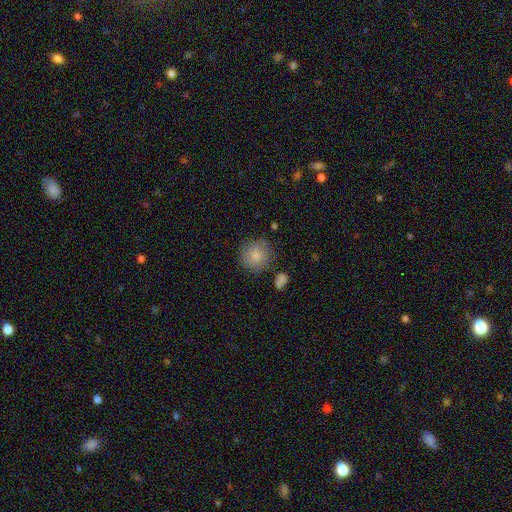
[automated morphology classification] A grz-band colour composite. It shows a smooth galaxy with no disk features (83%) that is round (91%). Merging: none (78%).